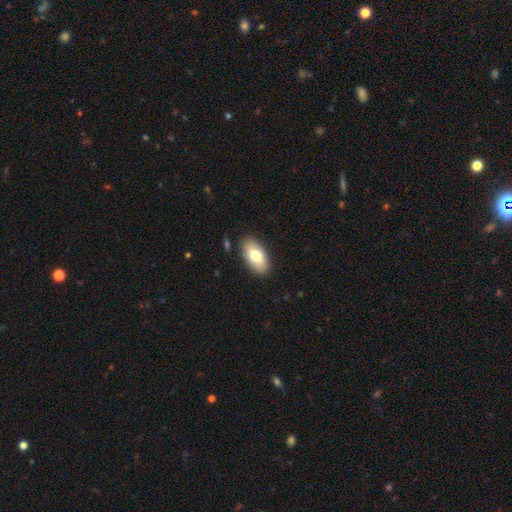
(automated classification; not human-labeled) Smooth or featured?
  - smooth: 75% *
  - featured or disk: 19%
  - star or artifact: 6%
How rounded?
  - in between: 94% *
  - cigar-shaped: 3%
  - round: 3%
Merging?
  - none: 88% *
  - minor disturbance: 8%
  - major disturbance: 2%
  - merger: 1%